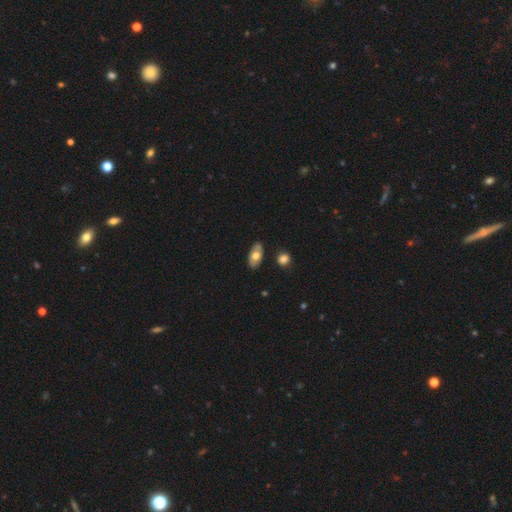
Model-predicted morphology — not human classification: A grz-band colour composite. It shows a smooth galaxy with no disk features (63%) that is in between round and cigar-shaped (91%). Merging: none (82%).